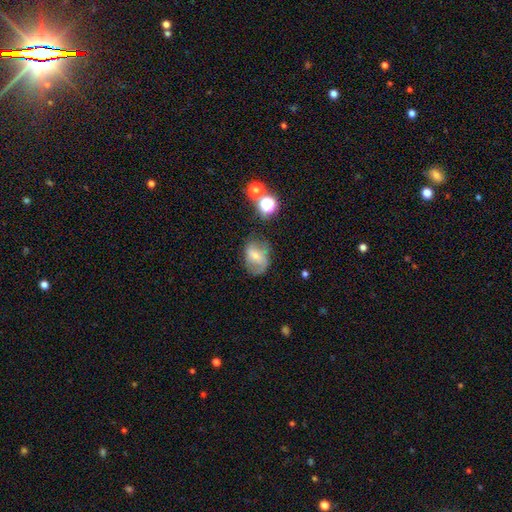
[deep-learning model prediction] Morphology: type=featured or disk (46%); merging=none (53%).